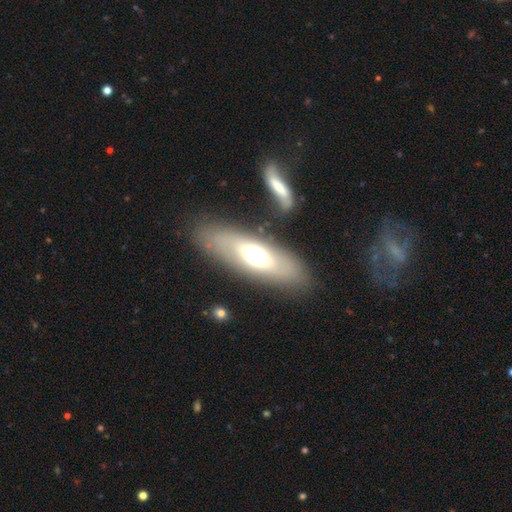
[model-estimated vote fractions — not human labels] Morphology: type=smooth (51%); roundness=in between (63%); merging=none (78%).